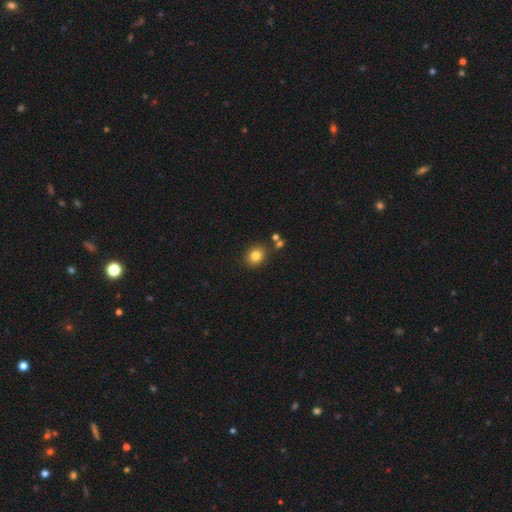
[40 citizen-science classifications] smooth_or_featured: smooth (p=0.85) [alt: star or artifact p=0.12]
how_rounded: round (p=0.71) [alt: in between p=0.29]
merging: none (p=0.74) [alt: minor disturbance p=0.11]